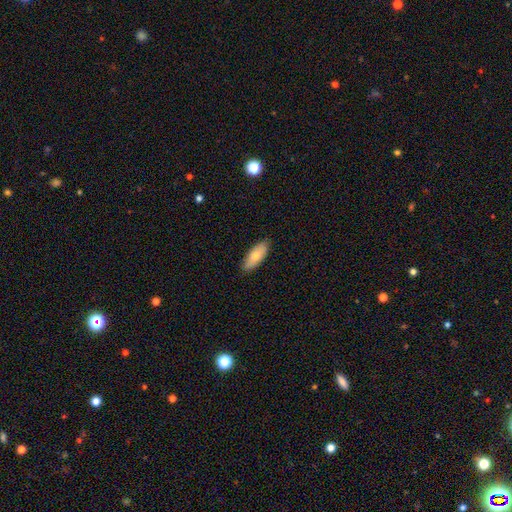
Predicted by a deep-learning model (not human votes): Overall: smooth (76%). How rounded: in between (77%). Merging: none (87%).